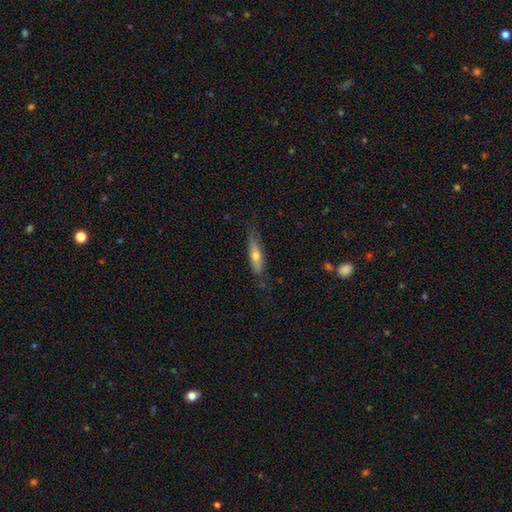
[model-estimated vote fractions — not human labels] smooth 57%, featured or disk 37%, star or artifact 6%. Down the decision tree: how rounded — cigar-shaped (67%); merging — none (71%).